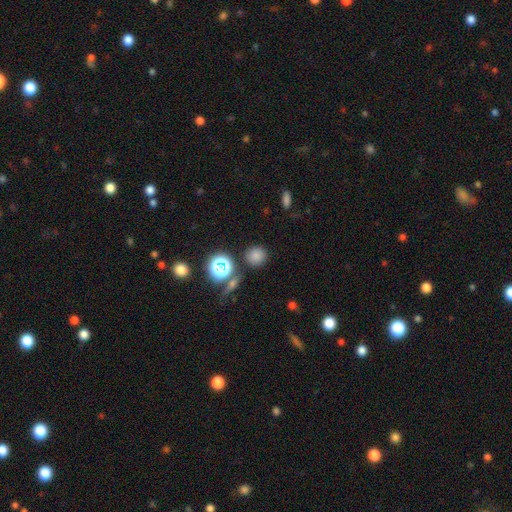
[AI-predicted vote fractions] Smooth or featured? Predicted: smooth (p=0.75). How rounded? Predicted: round (p=0.89). Merging? Predicted: none (p=0.83).